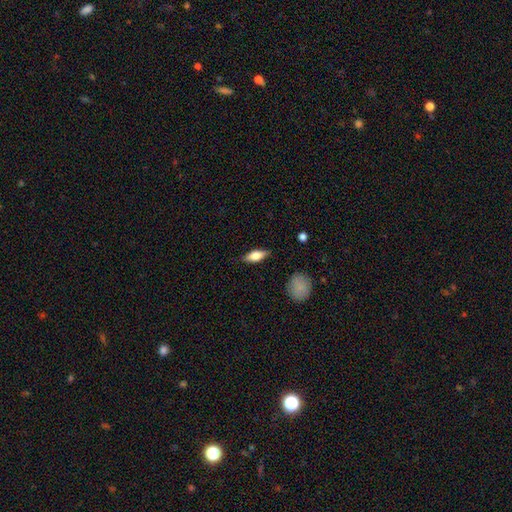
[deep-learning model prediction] smooth-or-featured: smooth: 69% | featured or disk: 24% | star or artifact: 7%
  how-rounded: in between: 75% | cigar-shaped: 21% | round: 4%
  merging: none: 83% | minor disturbance: 13% | major disturbance: 3% | merger: 1%